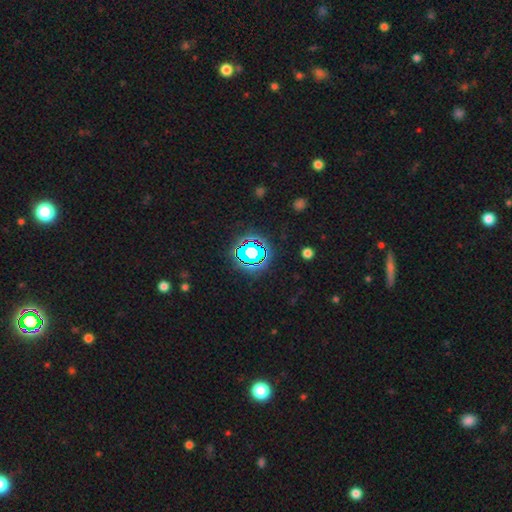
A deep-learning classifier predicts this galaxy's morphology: A star or artifact, not a galaxy (77%).